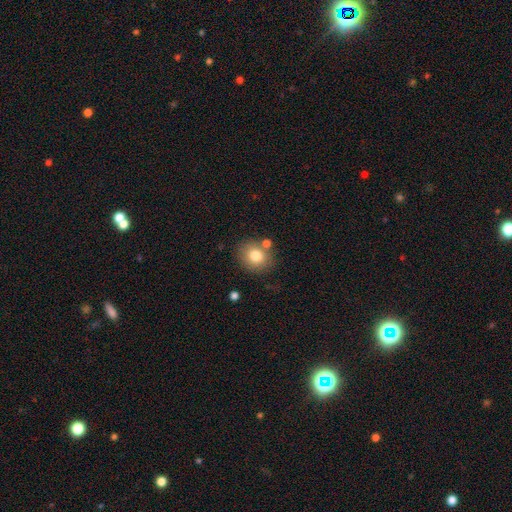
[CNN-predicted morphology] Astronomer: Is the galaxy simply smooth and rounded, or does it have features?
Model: smooth — 79%.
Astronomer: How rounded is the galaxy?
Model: round — 71%.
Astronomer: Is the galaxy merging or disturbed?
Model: none — 75%.